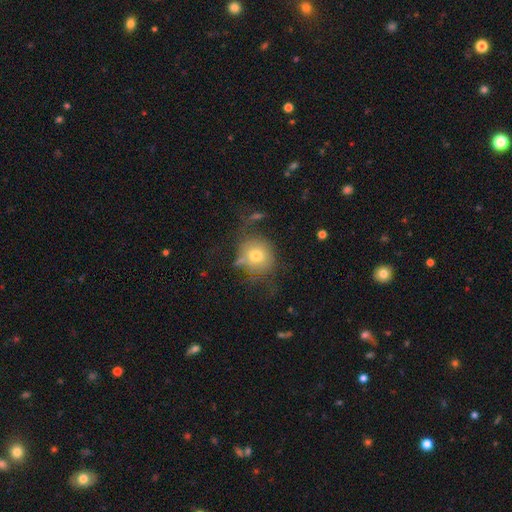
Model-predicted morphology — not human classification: smooth-or-featured: smooth: 69% | featured or disk: 19% | star or artifact: 12%
  how-rounded: round: 83% | in between: 16% | cigar-shaped: 1%
  merging: none: 54% | minor disturbance: 23% | major disturbance: 17% | merger: 6%